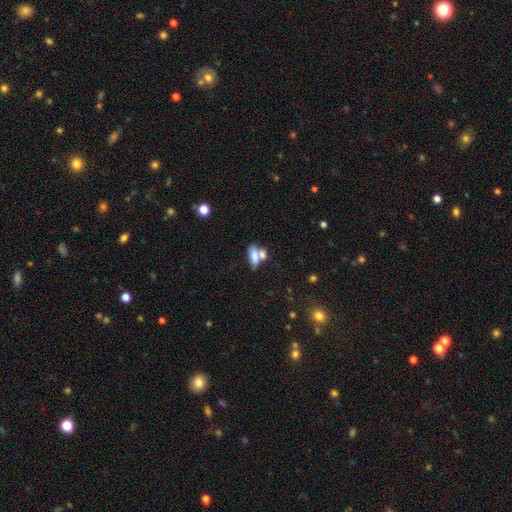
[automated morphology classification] Smooth or featured?
  - smooth: 74% *
  - featured or disk: 17%
  - star or artifact: 9%
How rounded?
  - in between: 80% *
  - cigar-shaped: 15%
  - round: 5%
Merging?
  - merger: 52% *
  - none: 31%
  - minor disturbance: 11%
  - major disturbance: 6%